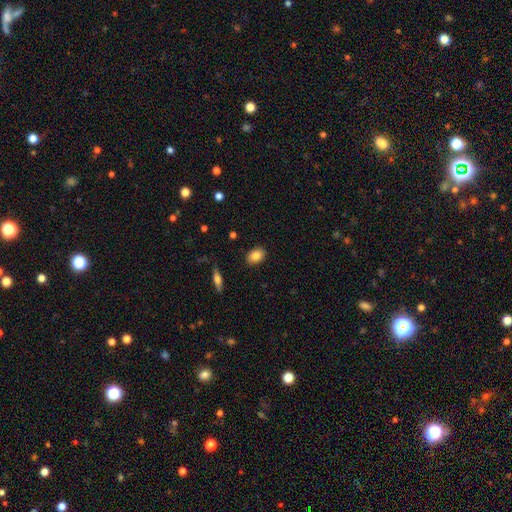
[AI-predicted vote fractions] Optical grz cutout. It shows a smooth galaxy with no disk features (85%) that is in between round and cigar-shaped (80%). Merging: none (87%).